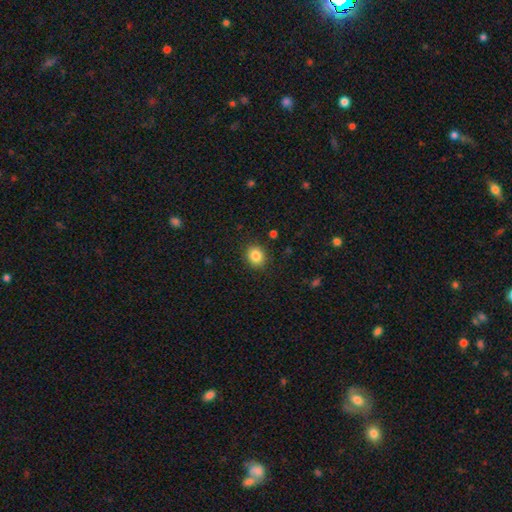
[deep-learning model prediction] Morphology: type=smooth (85%); roundness=round (73%); merging=none (89%).